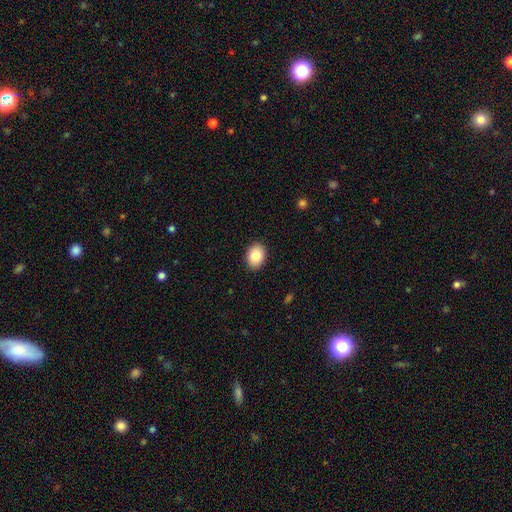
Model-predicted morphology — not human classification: Overall: smooth (84%). How rounded: in between (72%). Merging: none (90%).